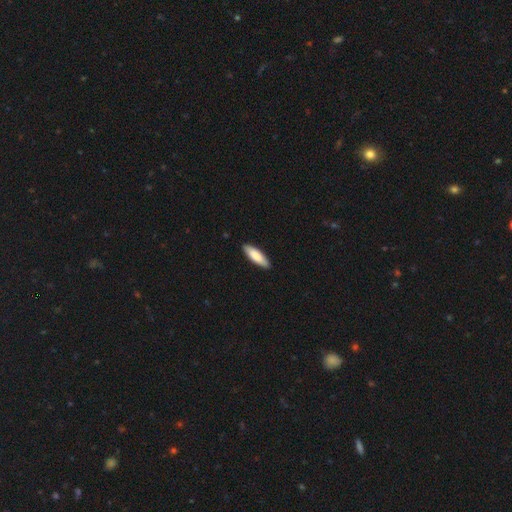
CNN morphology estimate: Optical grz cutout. It shows a smooth galaxy with no disk features (85%) that is in between round and cigar-shaped (51%). Merging: none (89%).